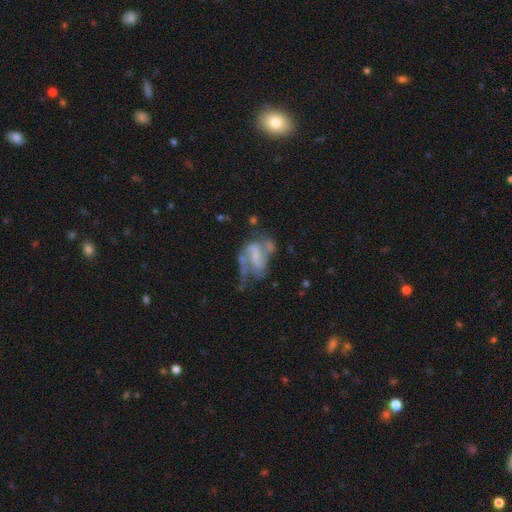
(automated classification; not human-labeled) smooth-or-featured: featured or disk: 78% | smooth: 14% | star or artifact: 8%
  disk-edge-on: no: 97% | yes: 3%
    bar: weak: 44% | strong: 34% | no: 22%
    has-spiral-arms: yes: 85% | no: 15%
      spiral-winding: medium: 46% | loose: 37% | tight: 17%
      spiral-arm-count: 2: 76% | can't tell: 10% | 1: 6% | 3: 5% | 4: 2% | more than 4: 1%
    bulge-size: none: 41% | small: 33% | moderate: 19% | large: 5% | dominant: 1%
  merging: none: 35% | major disturbance: 32% | minor disturbance: 22% | merger: 11%